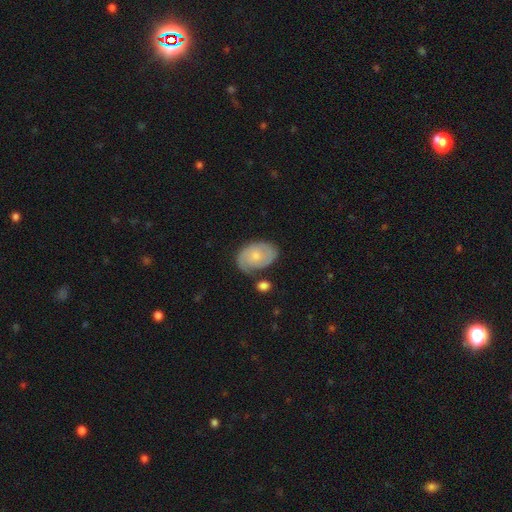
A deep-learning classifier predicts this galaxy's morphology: Overall: featured or disk (53%; smooth 41%). Edge-on disk: no (96%). Bar: no (73%). Spiral arms: yes (78%). Bulge size: small (50%; moderate 41%). Merging: none (64%).